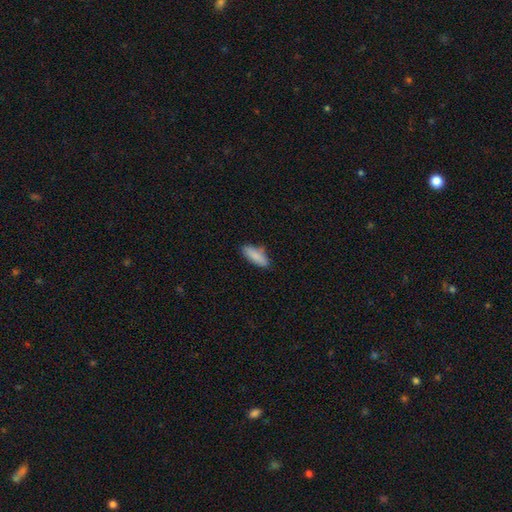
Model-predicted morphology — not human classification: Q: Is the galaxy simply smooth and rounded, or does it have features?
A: smooth — 88%.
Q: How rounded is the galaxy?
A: in between — 66%.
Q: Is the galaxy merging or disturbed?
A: none — 78%.